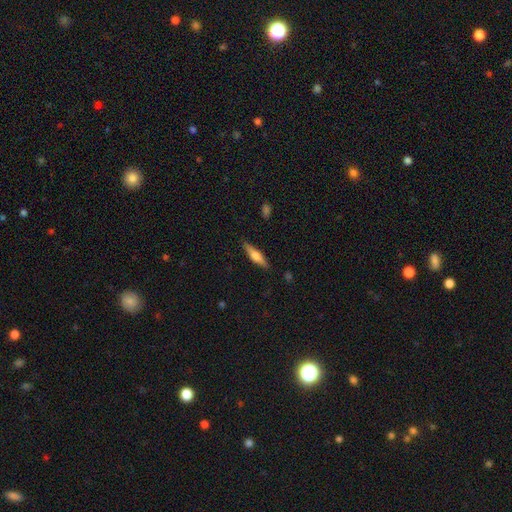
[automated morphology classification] smooth-or-featured: smooth: 52% | featured or disk: 42% | star or artifact: 6%
  how-rounded: cigar-shaped: 77% | in between: 21% | round: 2%
  merging: none: 87% | minor disturbance: 10% | major disturbance: 2% | merger: 1%